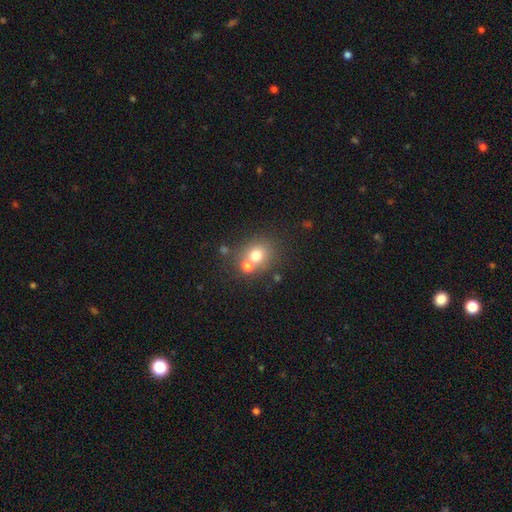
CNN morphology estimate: This appears to be a smooth galaxy with no disk features (70%) that is round (76%). Merging: none (52%).